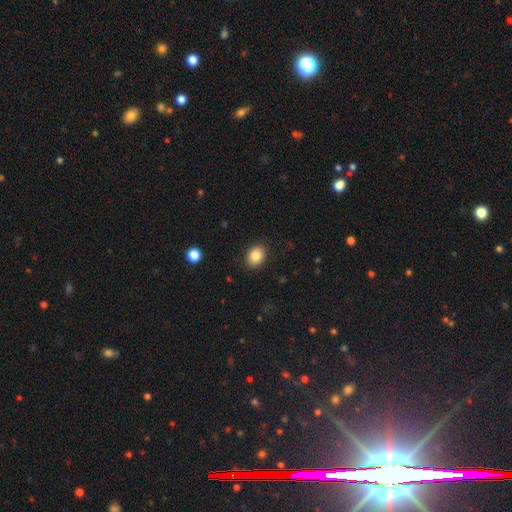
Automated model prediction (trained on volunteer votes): Overall: smooth (85%). How rounded: in between (57%; round 42%). Merging: none (89%).